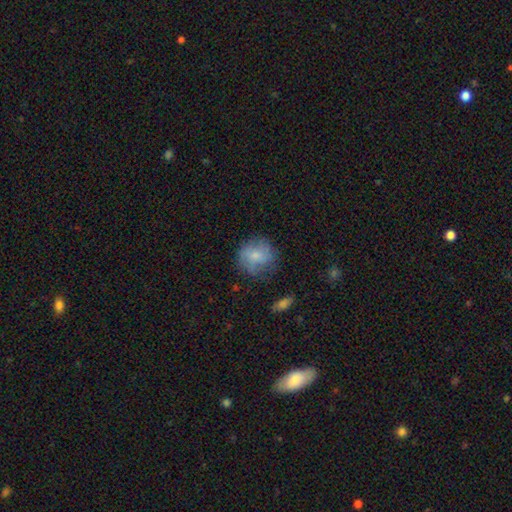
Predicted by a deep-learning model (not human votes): This appears to be a smooth galaxy with no disk features (68%) that is round (86%). Merging: none (68%).